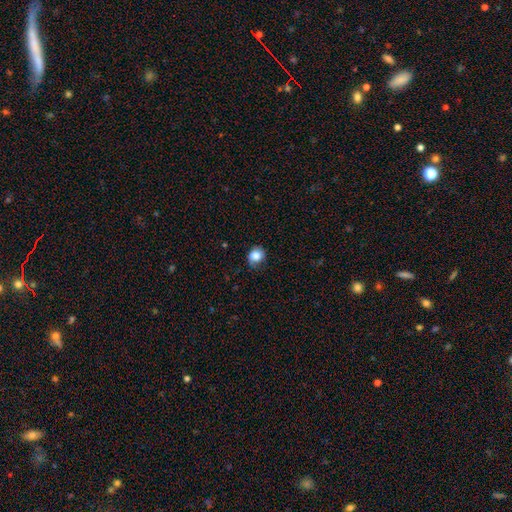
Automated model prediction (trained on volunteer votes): Q: Smooth or featured?
A: smooth (84%); runner-up: star or artifact (9%)
Q: How rounded?
A: round (74%); runner-up: in between (25%)
Q: Merging?
A: none (68%); runner-up: minor disturbance (25%)